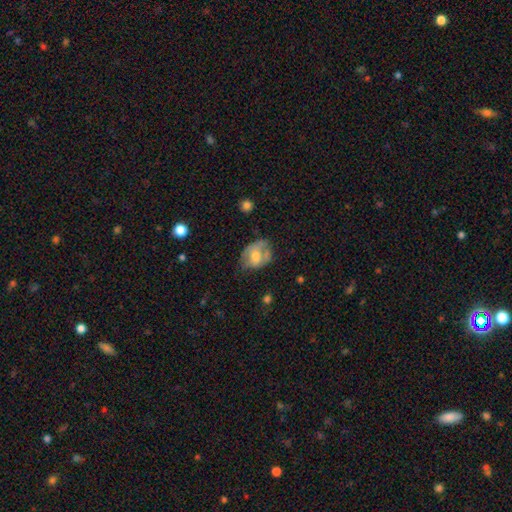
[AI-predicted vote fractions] Morphology: type=smooth (47%); merging=none (44%).